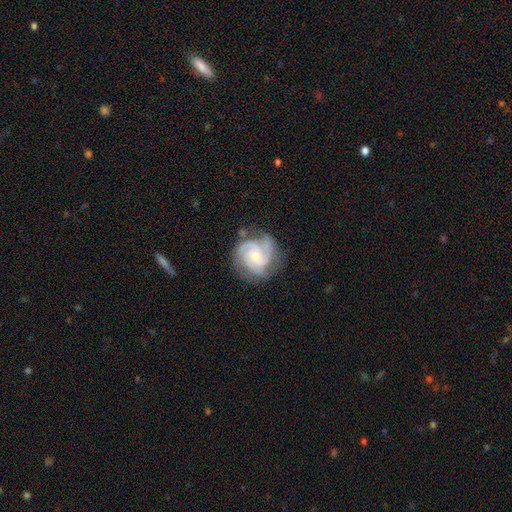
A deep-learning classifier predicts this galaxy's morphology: Smooth or featured: featured or disk — 85% (smooth — 10%)
Edge-on disk: no — 98% (yes — 2%)
Bar: no — 70% (weak — 26%)
Spiral arms: yes — 97% (no — 3%)
Spiral winding: tight — 53% (medium — 39%)
Spiral arm count: 3 — 59% (2 — 15%)
Bulge size: small — 58% (moderate — 38%)
Merging: none — 70% (minor disturbance — 19%)